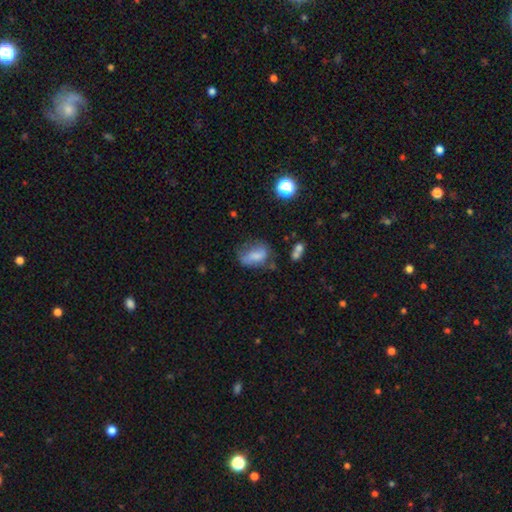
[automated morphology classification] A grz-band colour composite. It shows a smooth galaxy with no disk features (67%) that is in between round and cigar-shaped (84%). Merging: none (41%).